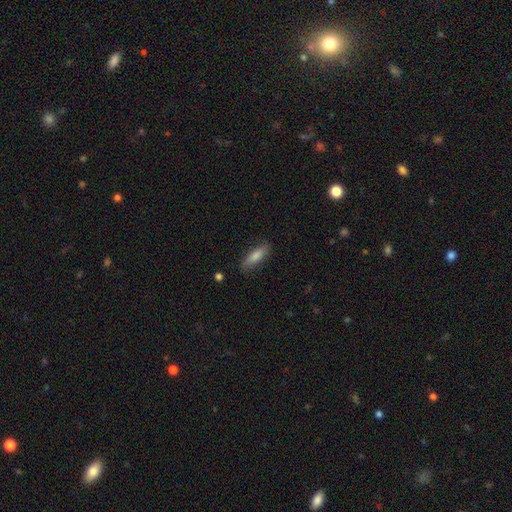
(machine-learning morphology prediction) A smooth galaxy with no disk features (79%) that is cigar-shaped (55%).

Vote fractions:
- Smooth or featured? smooth: 79% / featured or disk: 14% / star or artifact: 7%
- How rounded? cigar-shaped: 55% / in between: 43% / round: 2%
- Merging? none: 84% / minor disturbance: 12% / major disturbance: 2% / merger: 1%